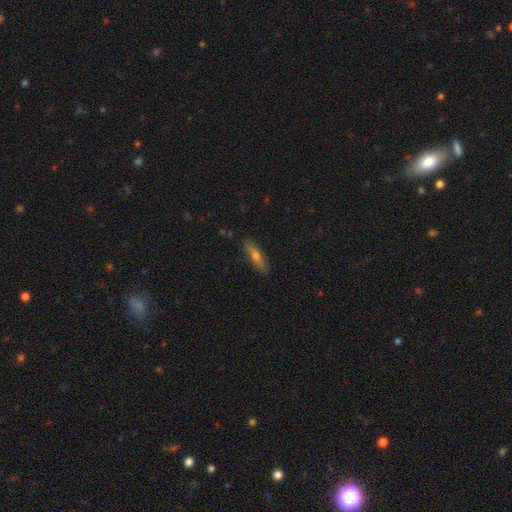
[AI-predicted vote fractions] Smooth or featured? Predicted: smooth (p=0.49). Merging? Predicted: none (p=0.87).